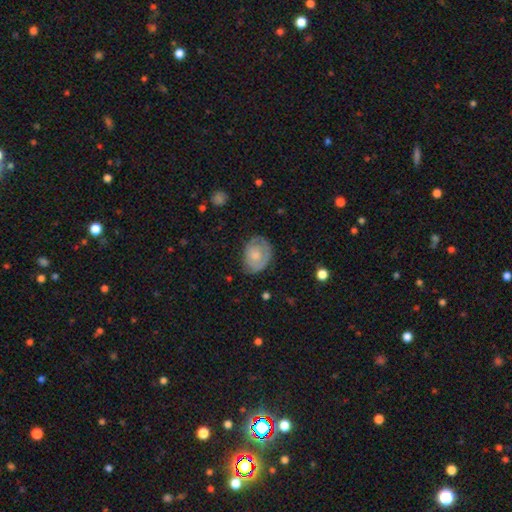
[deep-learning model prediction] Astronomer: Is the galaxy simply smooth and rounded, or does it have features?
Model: smooth — 48% (runner-up: featured or disk, 45%).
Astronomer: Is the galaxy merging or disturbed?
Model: none — 64%.